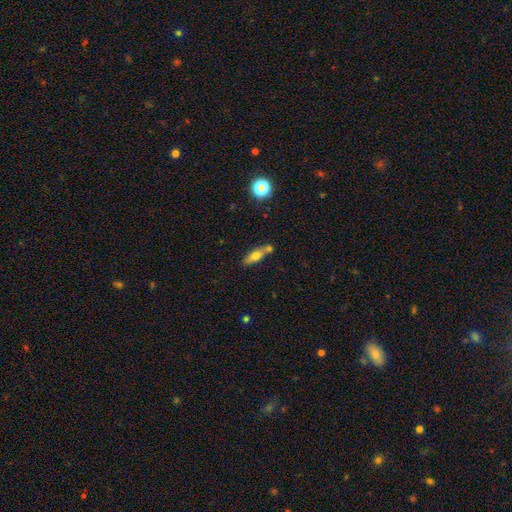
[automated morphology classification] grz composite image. It shows a smooth galaxy with no disk features (61%) that is in between round and cigar-shaped (49%). Merging: none (63%).